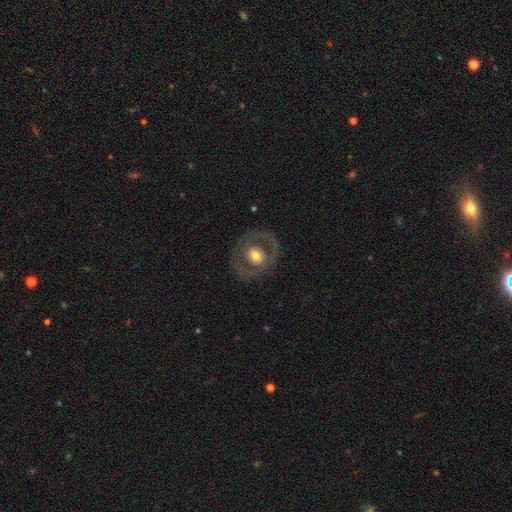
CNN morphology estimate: featured or disk 60%, smooth 34%, star or artifact 6%. Down the decision tree: edge-on disk — no (96%); bar — no (70%); spiral arms — no (74%); bulge size — moderate (67%); merging — none (78%).